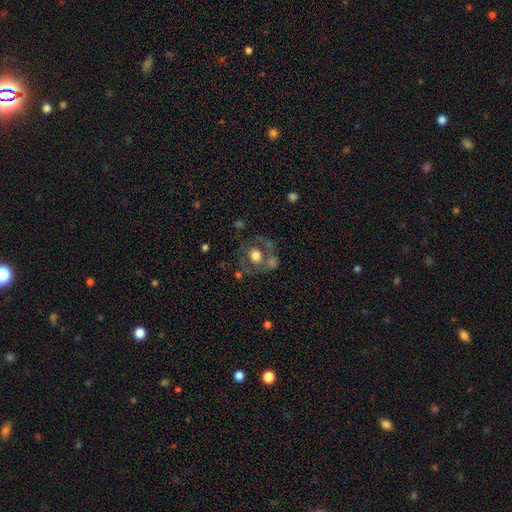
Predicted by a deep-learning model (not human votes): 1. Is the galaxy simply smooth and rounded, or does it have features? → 47% smooth, 43% featured or disk, 10% star or artifact.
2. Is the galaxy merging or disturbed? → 56% none, 16% minor disturbance, 15% merger, 13% major disturbance.